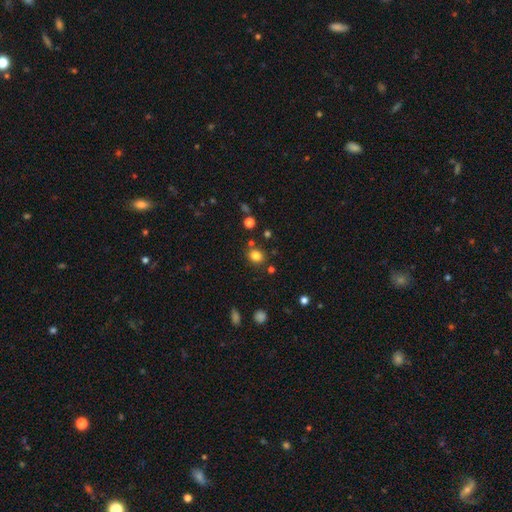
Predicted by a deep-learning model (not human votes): Overall: smooth (81%). How rounded: round (69%; in between 30%). Merging: none (81%).